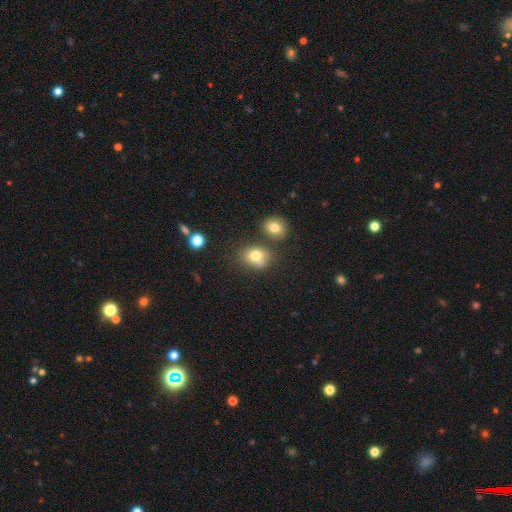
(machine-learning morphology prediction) The model was most divided on "how rounded": round: 55%, in between: 44%, cigar-shaped: 1%. More confident: smooth or featured — smooth (77%); merging — none (59%).